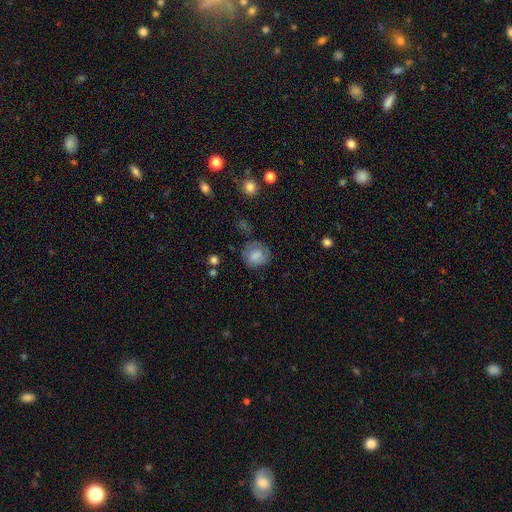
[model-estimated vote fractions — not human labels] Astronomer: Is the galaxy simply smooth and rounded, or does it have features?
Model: smooth — 73%.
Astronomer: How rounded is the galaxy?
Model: round — 74%.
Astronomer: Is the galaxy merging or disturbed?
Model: none — 65%.